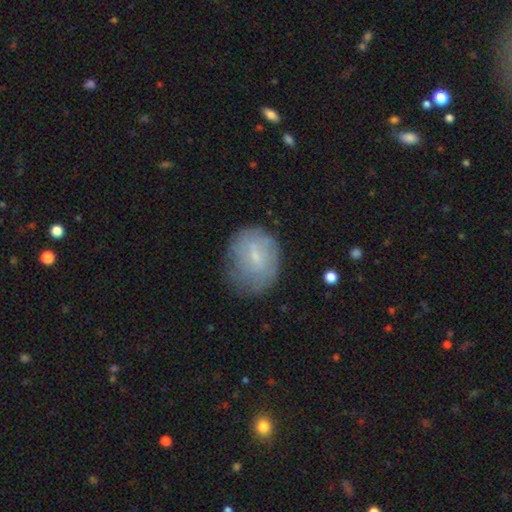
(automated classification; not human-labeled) This appears to be a smooth galaxy with no disk features (57%) that is round (52%). Merging: none (61%).